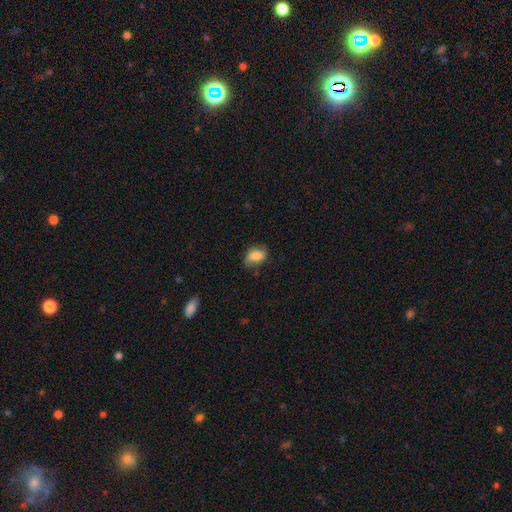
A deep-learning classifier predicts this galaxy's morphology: A smooth galaxy with no disk features (75%) that is in between round and cigar-shaped (82%). Merging: none (65%).